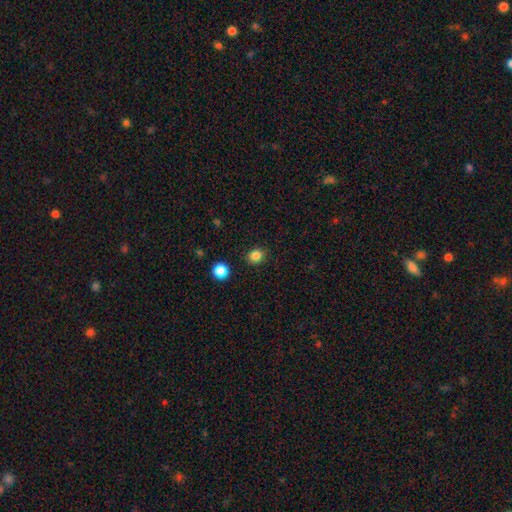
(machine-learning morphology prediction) Overall: smooth (84%). How rounded: round (74%). Merging: none (89%).